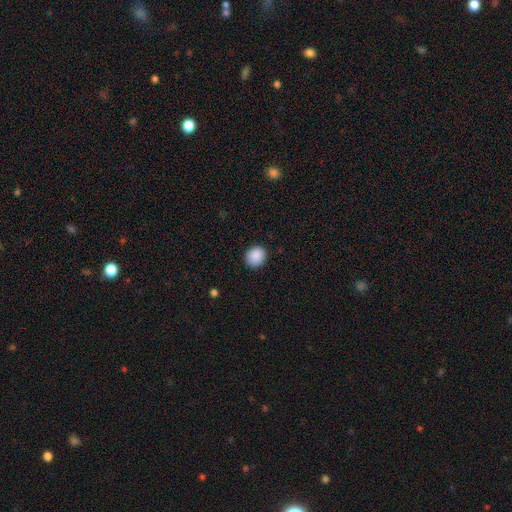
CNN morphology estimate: Q: Smooth or featured?
A: smooth (89%); runner-up: star or artifact (8%)
Q: How rounded?
A: round (82%); runner-up: in between (17%)
Q: Merging?
A: none (90%); runner-up: minor disturbance (7%)